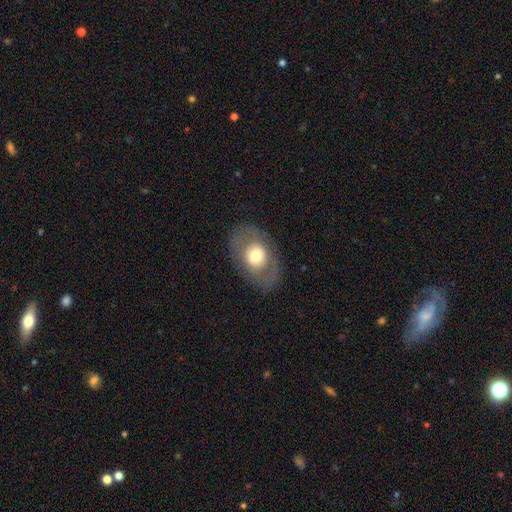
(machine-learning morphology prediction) Smooth or featured? Predicted: smooth (p=0.57). How rounded? Predicted: in between (p=0.72). Merging? Predicted: none (p=0.80).